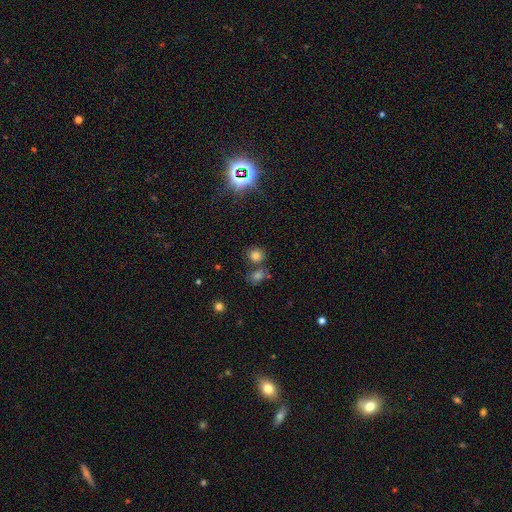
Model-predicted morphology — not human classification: A smooth galaxy with no disk features (77%) that is round (82%). Merging: none (68%).